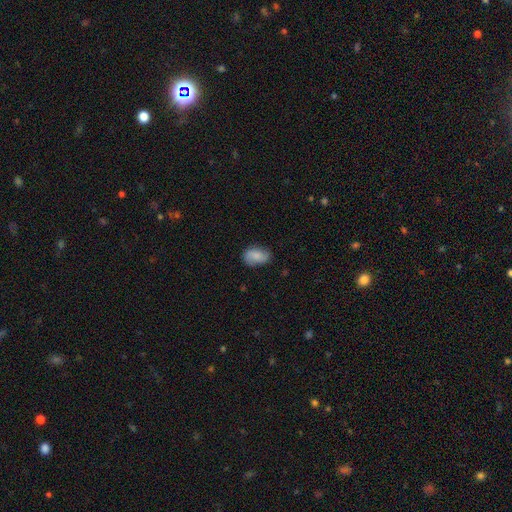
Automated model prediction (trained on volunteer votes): A smooth galaxy with no disk features (79%) that is in between round and cigar-shaped (89%). Merging: none (75%).